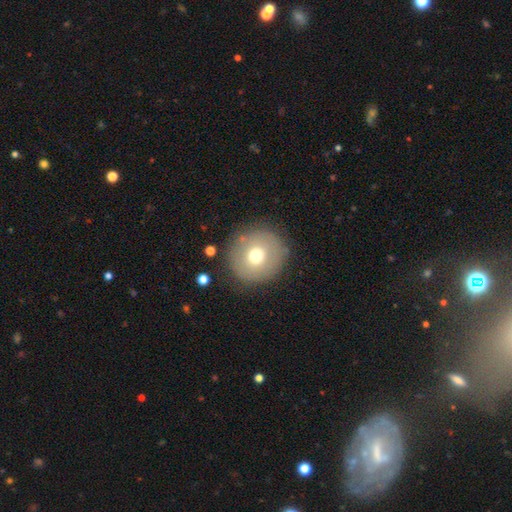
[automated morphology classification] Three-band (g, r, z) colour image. It shows a smooth galaxy with no disk features (68%) that is round (94%). Merging: none (85%).